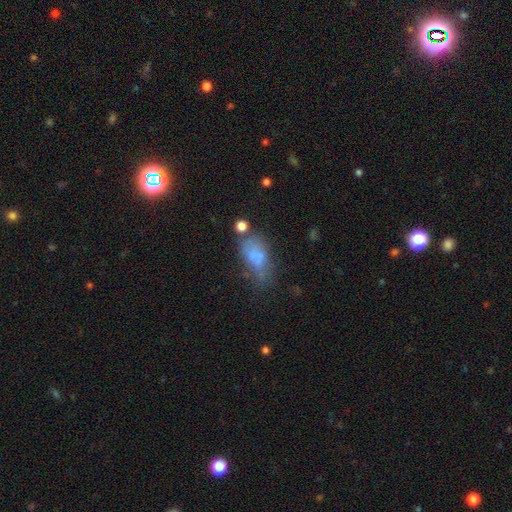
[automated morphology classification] Overall: smooth (56%; featured or disk 29%). How rounded: in between (83%). Merging: none (29%; major disturbance 25%).